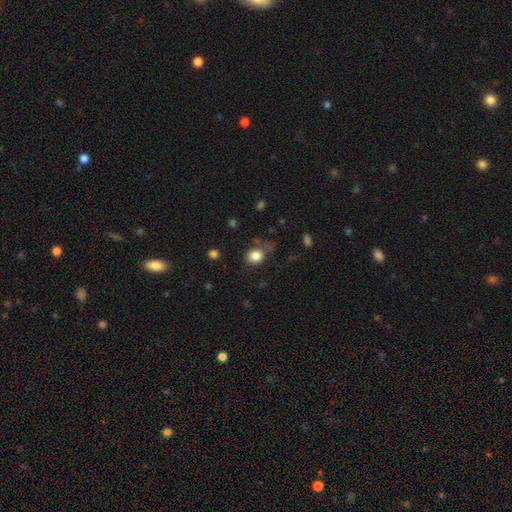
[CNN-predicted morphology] The model was most divided on "how rounded": round: 63%, in between: 36%, cigar-shaped: 1%. More confident: smooth or featured — smooth (83%); merging — none (62%).